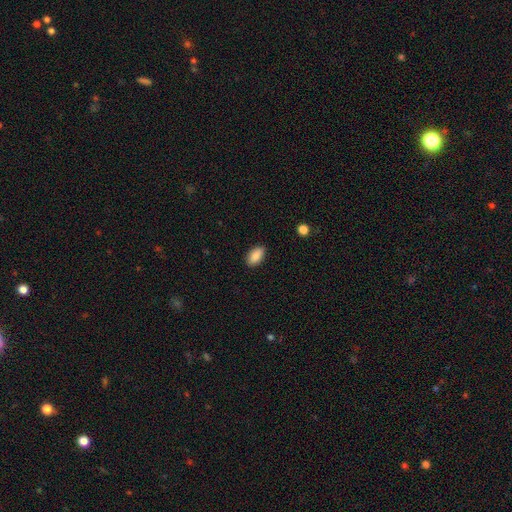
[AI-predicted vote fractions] This appears to be a smooth galaxy with no disk features (87%) that is in between round and cigar-shaped (93%). Merging: none (88%).